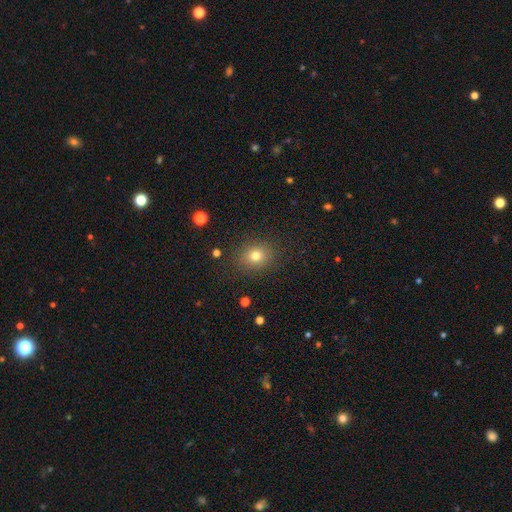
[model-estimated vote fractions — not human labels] This is likely a smooth galaxy (77%). How rounded: likely round (65%). Merging: clearly none (86%).